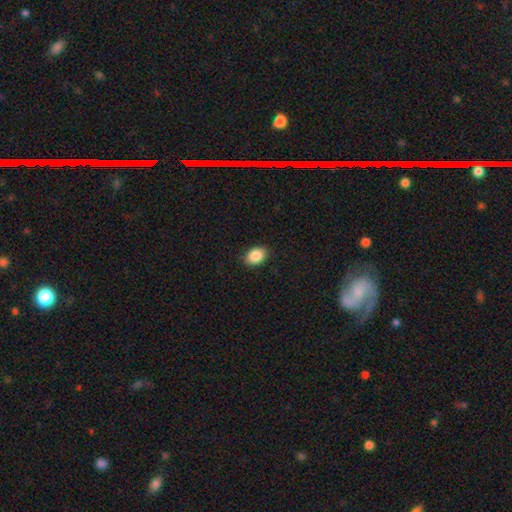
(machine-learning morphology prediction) type=smooth (88%); roundness=in between (79%); merging=none (88%).